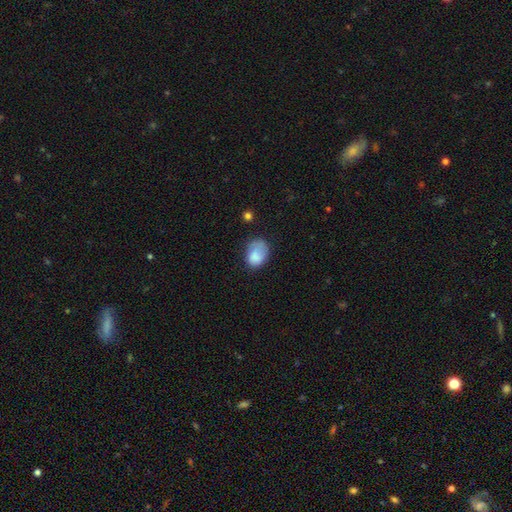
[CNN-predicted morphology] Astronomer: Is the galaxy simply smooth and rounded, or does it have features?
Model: smooth — 79%.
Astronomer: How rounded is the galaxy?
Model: in between — 73%.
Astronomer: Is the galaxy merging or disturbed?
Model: none — 46% (runner-up: minor disturbance, 32%).